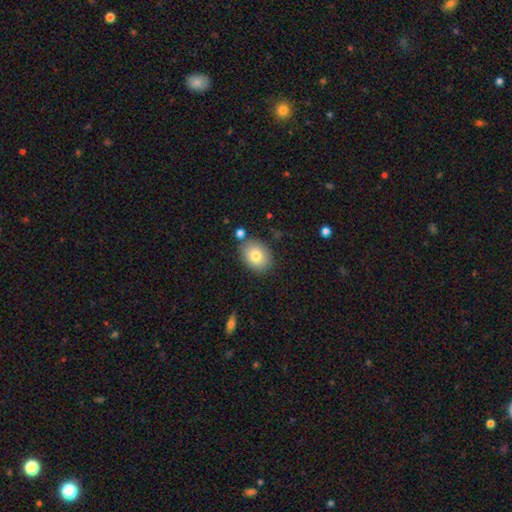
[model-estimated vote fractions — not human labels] Morphology: type=smooth (79%); roundness=in between (66%); merging=none (81%).